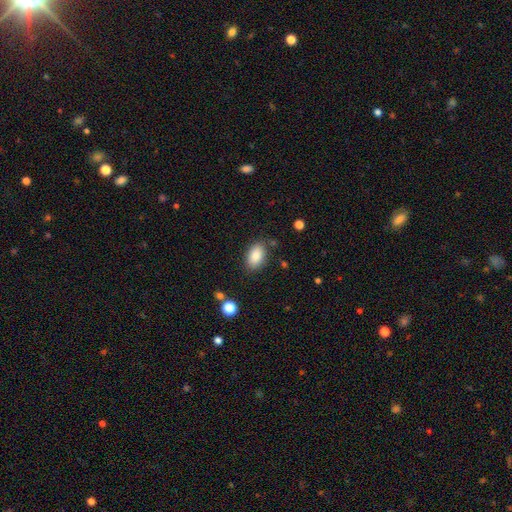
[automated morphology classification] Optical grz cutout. It shows a smooth galaxy with no disk features (86%) that is in between round and cigar-shaped (91%). Merging: none (81%).